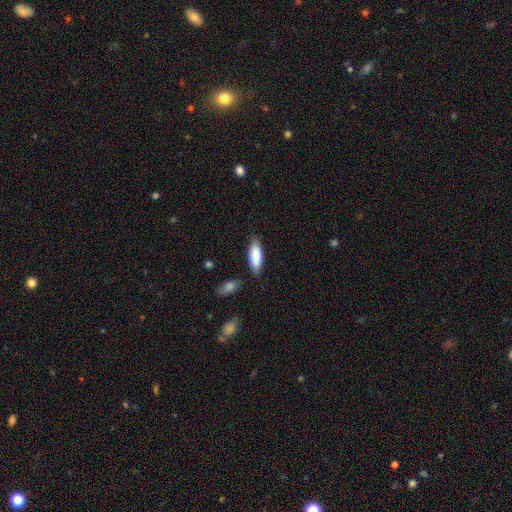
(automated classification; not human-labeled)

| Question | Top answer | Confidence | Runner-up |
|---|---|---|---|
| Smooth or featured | smooth | 85% | featured or disk (9%) |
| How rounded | in between | 65% | cigar-shaped (34%) |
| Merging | none | 82% | minor disturbance (13%) |